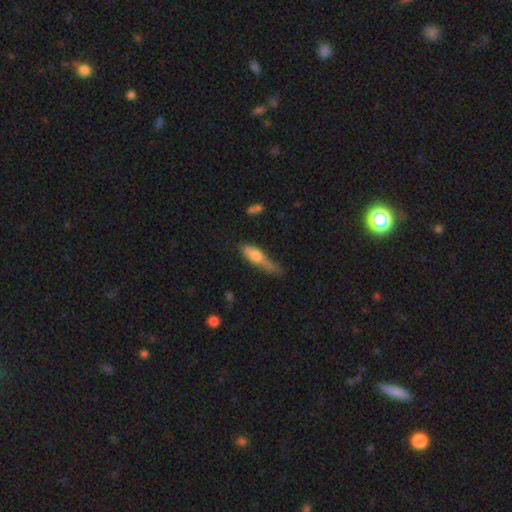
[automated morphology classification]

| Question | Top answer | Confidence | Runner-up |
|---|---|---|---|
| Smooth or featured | smooth | 60% | featured or disk (33%) |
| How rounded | cigar-shaped | 63% | in between (34%) |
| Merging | minor disturbance | 36% | none (33%) |